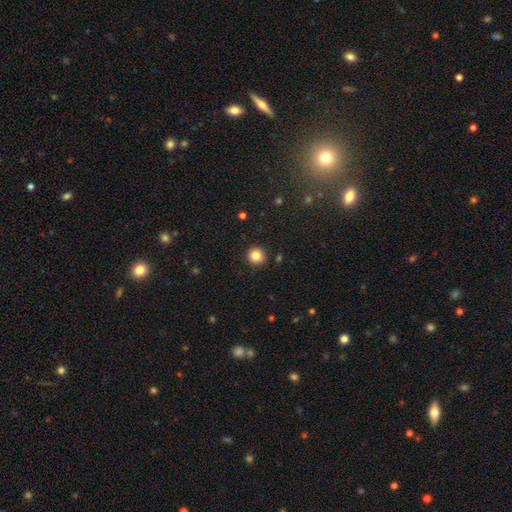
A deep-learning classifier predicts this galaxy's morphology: This is clearly a smooth galaxy (84%). How rounded: clearly round (94%). Merging: clearly none (92%).